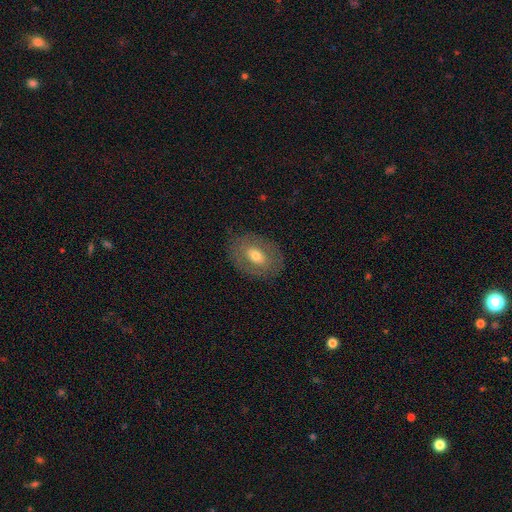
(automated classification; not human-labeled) smooth 52%, featured or disk 40%, star or artifact 8%. Down the decision tree: how rounded — in between (74%); merging — none (82%).